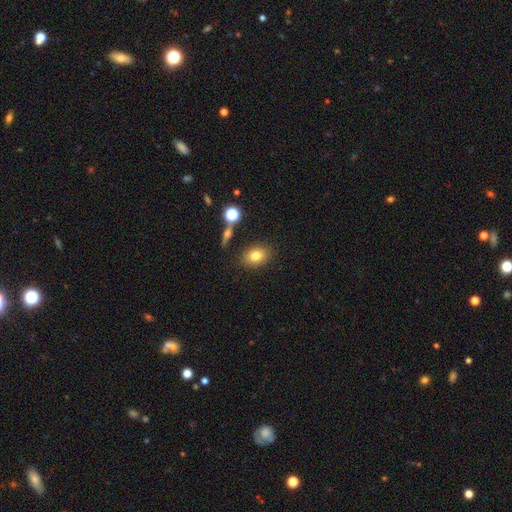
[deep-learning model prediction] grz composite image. It shows a smooth galaxy with no disk features (79%) that is in between round and cigar-shaped (74%). Merging: none (83%).